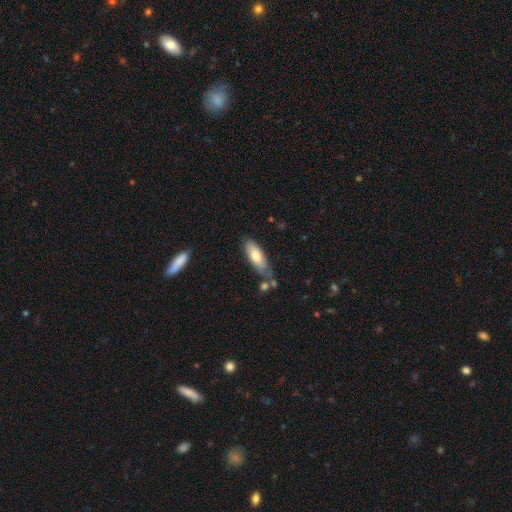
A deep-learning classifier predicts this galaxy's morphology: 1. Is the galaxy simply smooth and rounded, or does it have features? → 72% smooth, 22% featured or disk, 6% star or artifact.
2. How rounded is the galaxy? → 66% in between, 32% cigar-shaped, 2% round.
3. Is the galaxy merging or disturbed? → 59% none, 24% minor disturbance, 10% merger, 7% major disturbance.